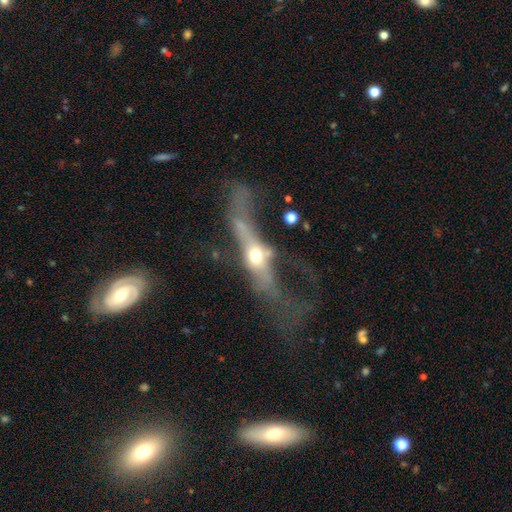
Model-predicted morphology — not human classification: A featured or disk galaxy (56%) viewed edge-on (58%). Merging: major disturbance (47%).